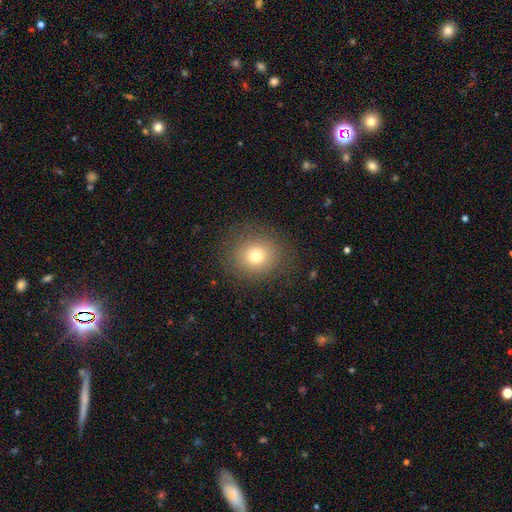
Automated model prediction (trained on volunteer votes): Overall: smooth (74%). How rounded: round (86%). Merging: none (85%).